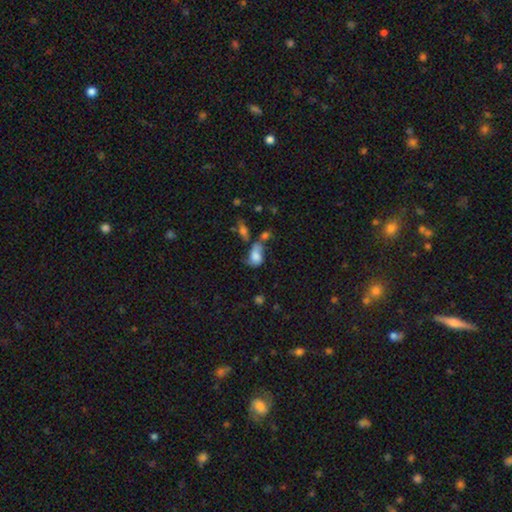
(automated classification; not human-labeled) smooth 60%, featured or disk 28%, star or artifact 12%. Down the decision tree: how rounded — in between (77%); merging — merger (31%).